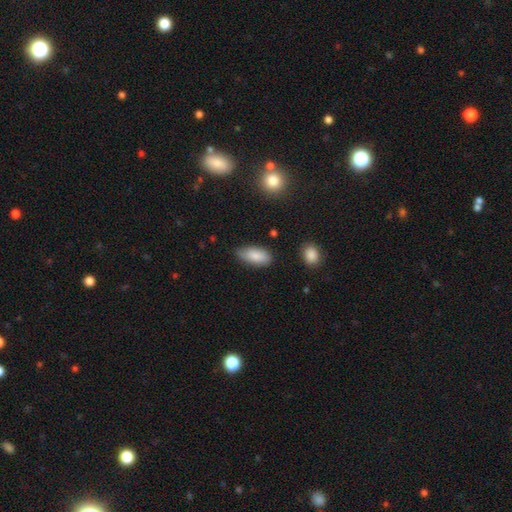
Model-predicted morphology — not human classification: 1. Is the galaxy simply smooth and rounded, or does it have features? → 83% smooth, 10% featured or disk, 7% star or artifact.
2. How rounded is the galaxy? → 90% in between, 7% cigar-shaped, 3% round.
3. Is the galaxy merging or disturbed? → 70% none, 24% minor disturbance, 4% major disturbance, 2% merger.